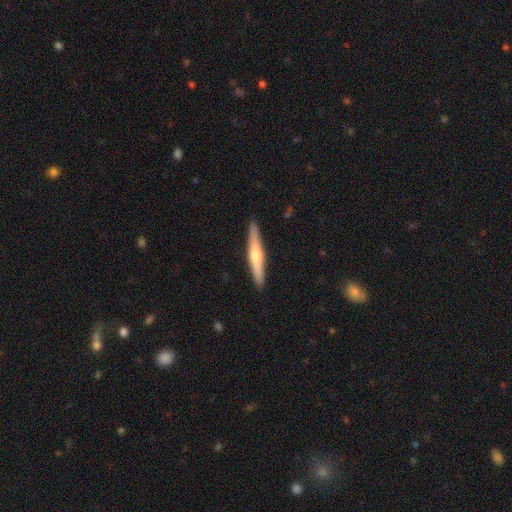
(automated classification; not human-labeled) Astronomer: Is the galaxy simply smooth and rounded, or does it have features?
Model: featured or disk — 55% (runner-up: smooth, 40%).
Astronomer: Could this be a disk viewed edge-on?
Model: yes — 96%.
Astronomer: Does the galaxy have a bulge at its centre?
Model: rounded — 83%.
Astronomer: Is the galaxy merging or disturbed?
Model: none — 91%.